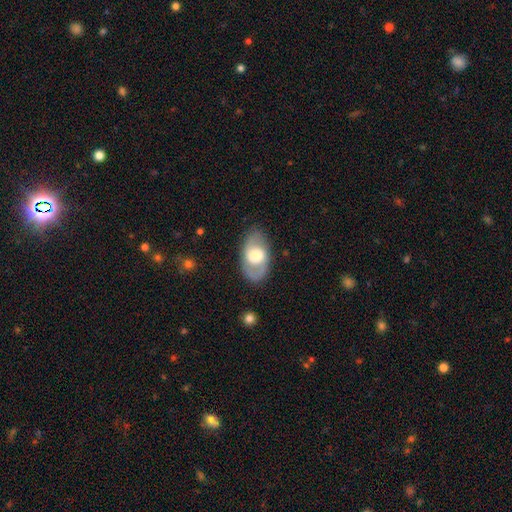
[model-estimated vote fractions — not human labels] A featured or disk galaxy (55%) with no bar (56%), spiral arms (64%) and a large central bulge (45%). Merging: none (79%).